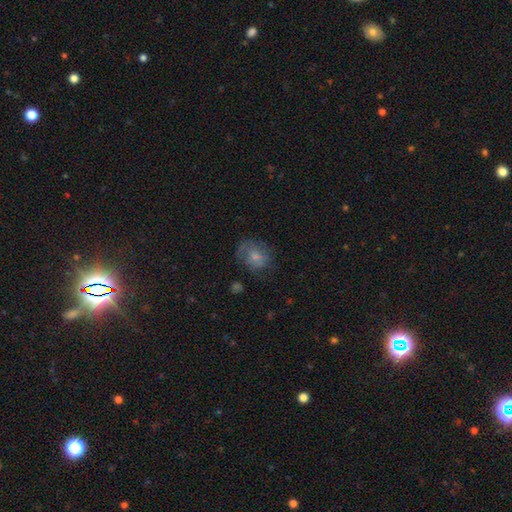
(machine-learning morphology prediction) The model was most divided on "how rounded": round: 57%, in between: 42%, cigar-shaped: 1%. More confident: merging — none (58%); smooth or featured — smooth (54%).